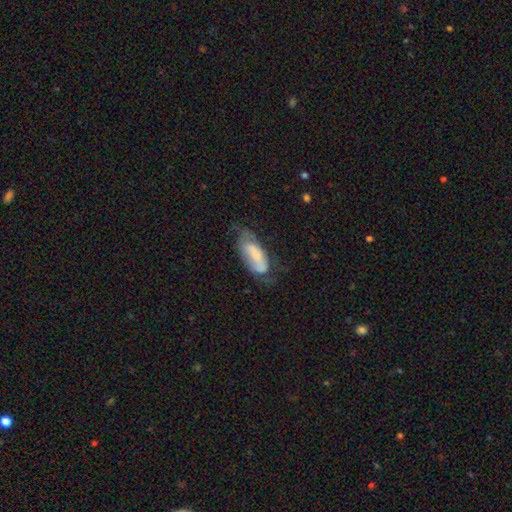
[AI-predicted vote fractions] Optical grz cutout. It shows a smooth galaxy with no disk features (51%) that is in between round and cigar-shaped (83%). Merging: none (43%).